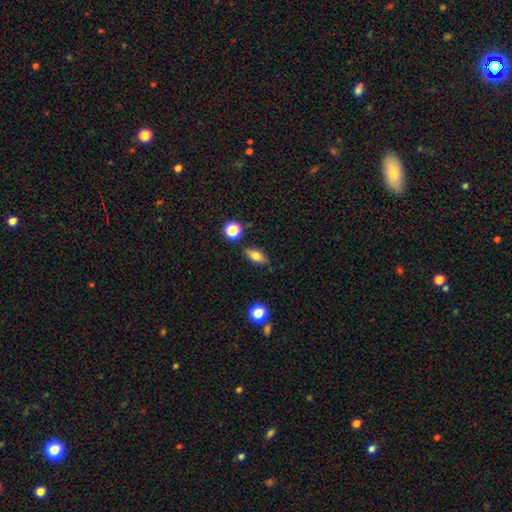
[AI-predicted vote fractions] A smooth galaxy with no disk features (69%) that is in between round and cigar-shaped (74%).

Vote fractions:
- Smooth or featured? smooth: 69% / featured or disk: 21% / star or artifact: 10%
- How rounded? in between: 74% / cigar-shaped: 17% / round: 9%
- Merging? none: 82% / minor disturbance: 12% / merger: 3% / major disturbance: 3%